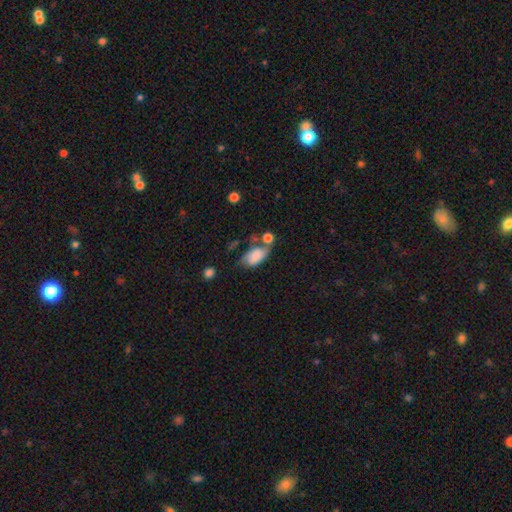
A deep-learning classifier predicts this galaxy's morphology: The model was most divided on "merging": none: 34%, minor disturbance: 27%, merger: 22%, major disturbance: 16%. More confident: how rounded — in between (91%); smooth or featured — smooth (78%).